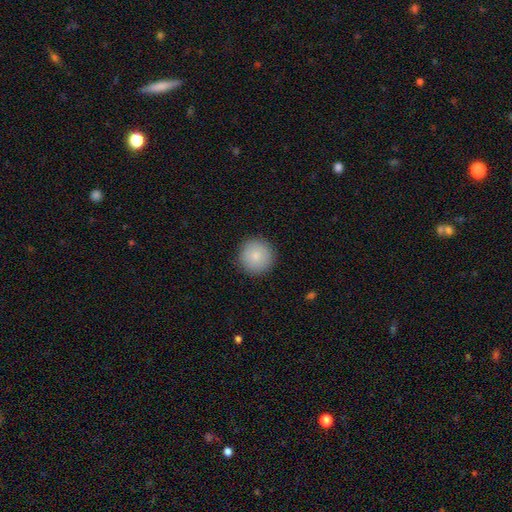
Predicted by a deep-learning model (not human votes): This is clearly a smooth galaxy (84%). How rounded: clearly round (96%). Merging: clearly none (91%).